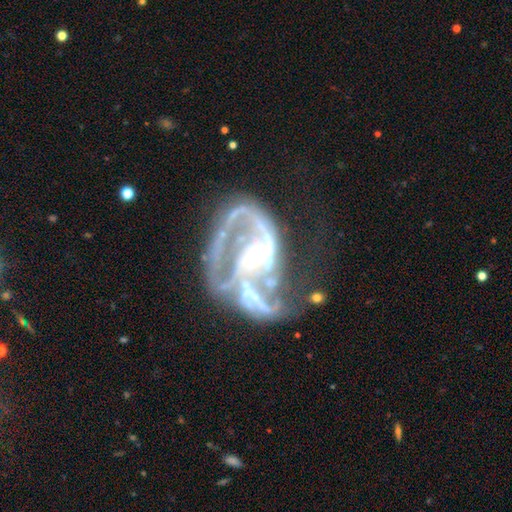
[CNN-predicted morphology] Smooth or featured: featured or disk — 87% (star or artifact — 7%)
Edge-on disk: no — 98% (yes — 2%)
Bar: no — 65% (weak — 23%)
Spiral arms: yes — 87% (no — 13%)
Spiral winding: medium — 44% (loose — 28%)
Spiral arm count: 2 — 46% (can't tell — 18%)
Bulge size: small — 60% (moderate — 31%)
Merging: merger — 35% (major disturbance — 34%)